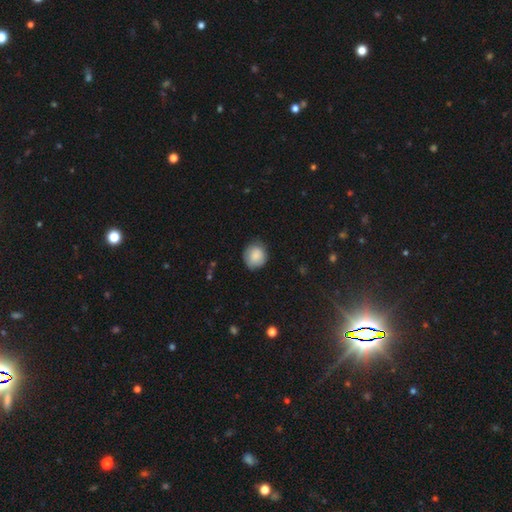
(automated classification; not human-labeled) Morphology: type=smooth (85%); roundness=round (83%); merging=none (74%).